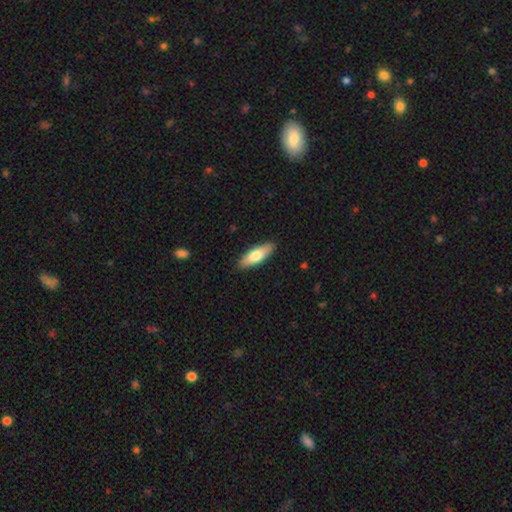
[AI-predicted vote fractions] The model was most divided on "how rounded": in between: 57%, cigar-shaped: 41%, round: 2%. More confident: merging — none (89%); smooth or featured — smooth (68%).